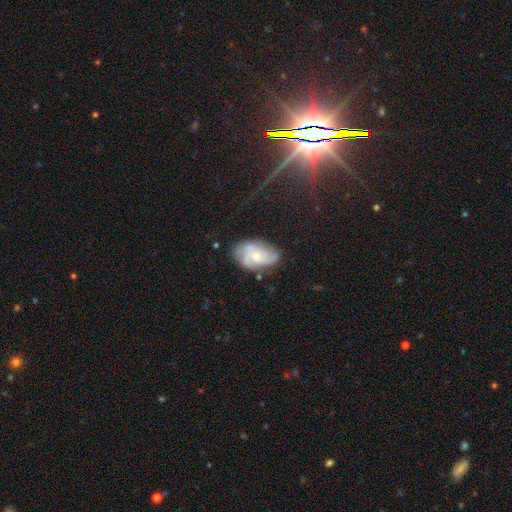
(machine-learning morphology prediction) Overall: featured or disk (72%). Edge-on disk: no (96%). Bar: no (73%). Spiral arms: yes (90%). Spiral arm count: 3 (33%; can't tell 25%). Spiral winding: medium (43%; tight 40%). Bulge size: small (48%; moderate 47%). Merging: none (65%).